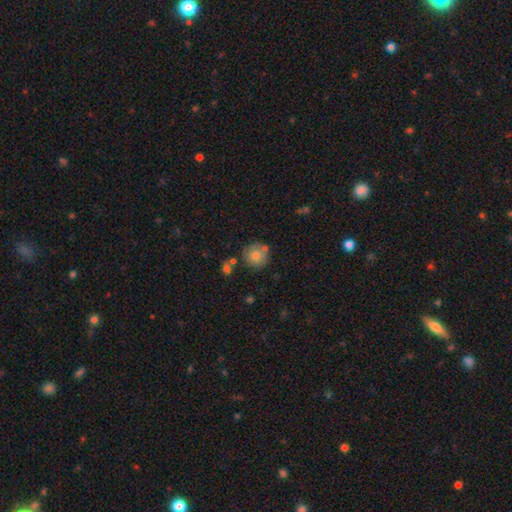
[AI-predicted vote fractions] smooth 76%, featured or disk 15%, star or artifact 9%. Down the decision tree: how rounded — round (92%); merging — none (71%).